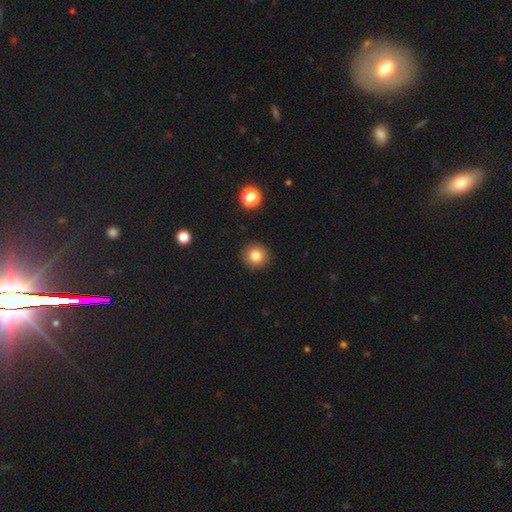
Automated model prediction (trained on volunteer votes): Smooth or featured?
  - smooth: 82% *
  - star or artifact: 11%
  - featured or disk: 7%
How rounded?
  - round: 92% *
  - in between: 7%
  - cigar-shaped: 1%
Merging?
  - none: 91% *
  - minor disturbance: 6%
  - major disturbance: 2%
  - merger: 1%